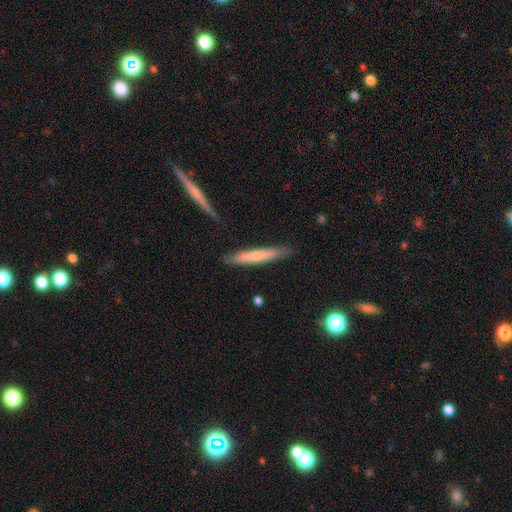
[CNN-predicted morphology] The model was most divided on "smooth or featured": smooth: 65%, featured or disk: 29%, star or artifact: 6%. More confident: how rounded — cigar-shaped (95%); merging — none (84%).